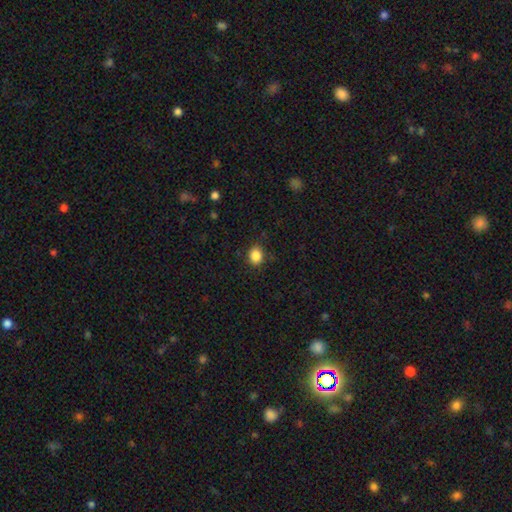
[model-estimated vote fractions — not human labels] This is clearly a smooth galaxy (86%). How rounded: possibly round (60%). Merging: clearly none (85%).